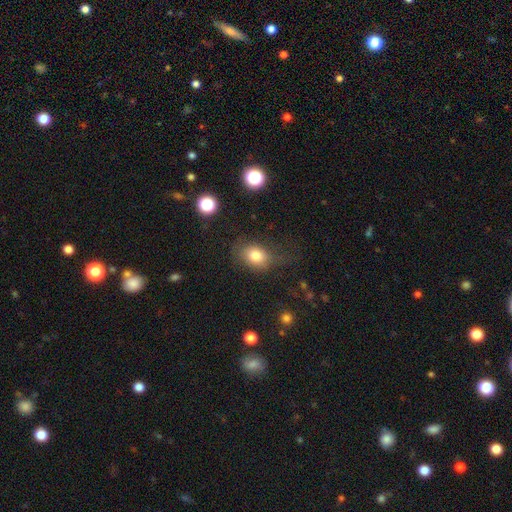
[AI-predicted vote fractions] smooth_or_featured: smooth (p=0.78) [alt: star or artifact p=0.11]
how_rounded: in between (p=0.63) [alt: round p=0.36]
merging: none (p=0.57) [alt: minor disturbance p=0.23]